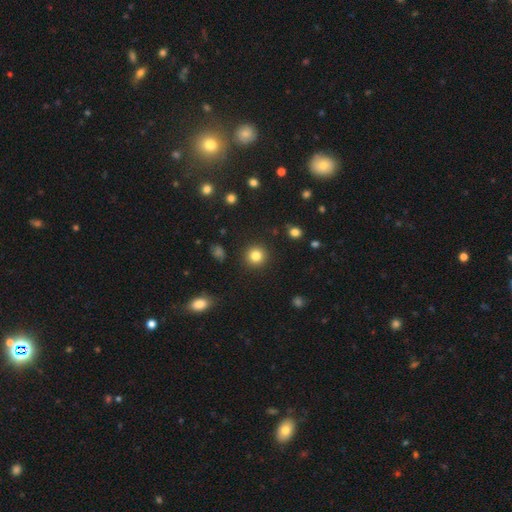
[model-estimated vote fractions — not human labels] Overall: smooth (83%). How rounded: round (94%). Merging: none (91%).